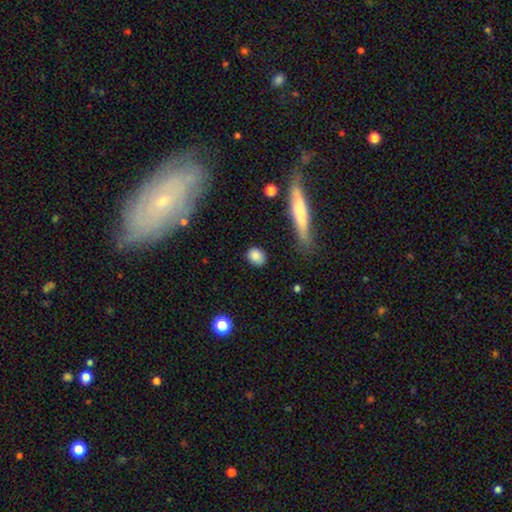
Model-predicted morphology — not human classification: Smooth or featured: smooth — 85% (star or artifact — 8%)
How rounded: round — 58% (in between — 38%)
Merging: none — 85% (minor disturbance — 10%)